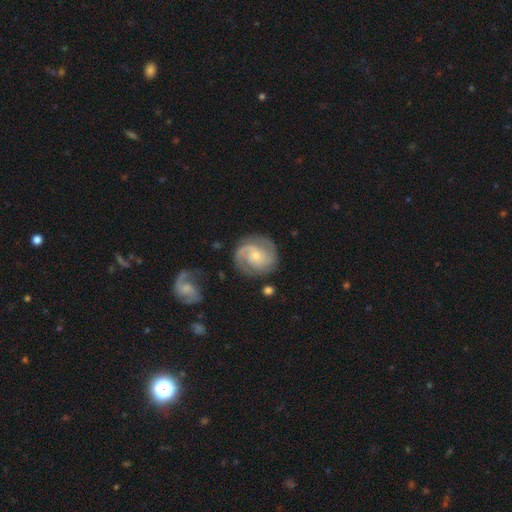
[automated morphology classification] featured or disk 82%, smooth 13%, star or artifact 5%. Down the decision tree: edge-on disk — no (98%); bar — no (68%); spiral arms — yes (96%); spiral arm count — 2 (58%); spiral winding — tight (47%); bulge size — small (65%); merging — none (77%).